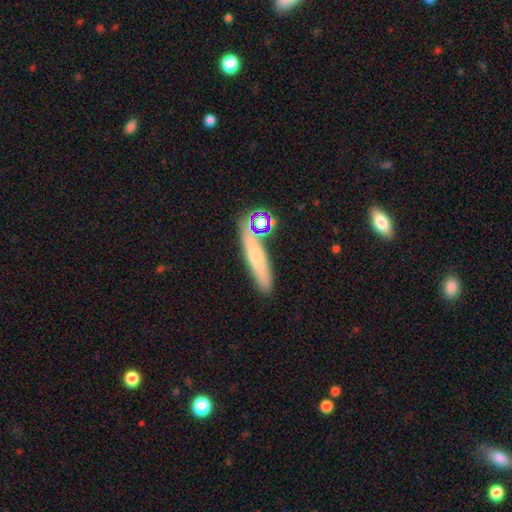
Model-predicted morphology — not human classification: smooth 54%, featured or disk 28%, star or artifact 17%. Down the decision tree: how rounded — cigar-shaped (75%); merging — none (74%).